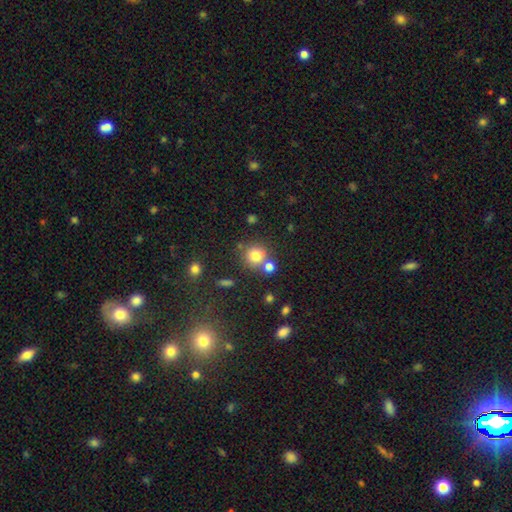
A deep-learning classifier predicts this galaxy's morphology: A smooth galaxy with no disk features (78%) that is round (90%). Merging: none (68%).